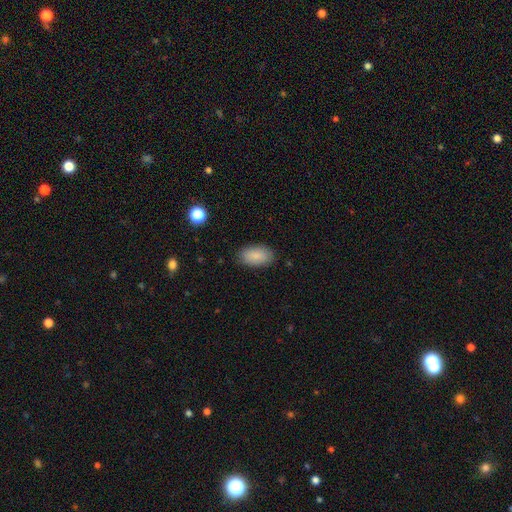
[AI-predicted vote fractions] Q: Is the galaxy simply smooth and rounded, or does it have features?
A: smooth — 86%.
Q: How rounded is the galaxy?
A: in between — 94%.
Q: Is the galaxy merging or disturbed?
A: none — 85%.